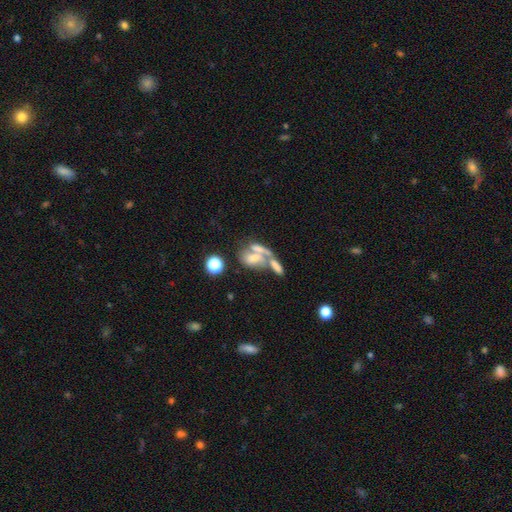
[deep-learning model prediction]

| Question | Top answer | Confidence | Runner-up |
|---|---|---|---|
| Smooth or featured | smooth | 48% | featured or disk (38%) |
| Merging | merger | 60% | none (17%) |